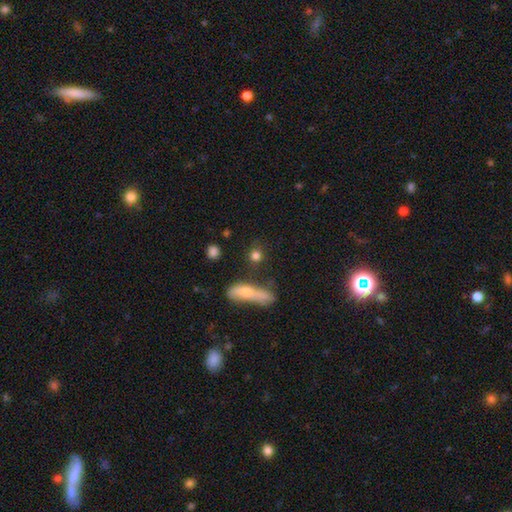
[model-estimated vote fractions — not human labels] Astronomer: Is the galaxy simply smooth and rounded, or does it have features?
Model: smooth — 77%.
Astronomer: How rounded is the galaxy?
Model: round — 72%.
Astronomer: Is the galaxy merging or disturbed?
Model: none — 69%.